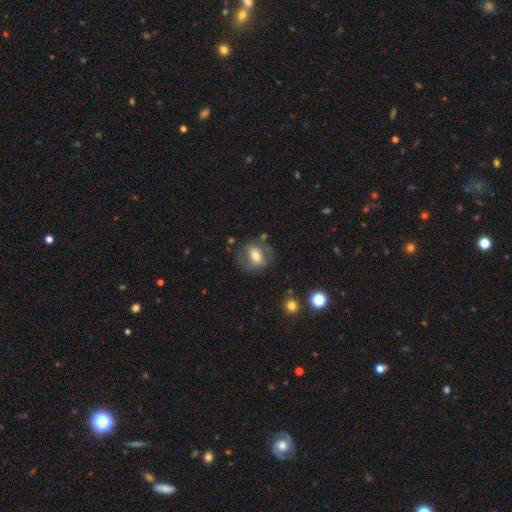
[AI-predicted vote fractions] smooth-or-featured: smooth: 57% | featured or disk: 35% | star or artifact: 8%
  how-rounded: in between: 56% | round: 41% | cigar-shaped: 2%
  merging: none: 65% | minor disturbance: 19% | major disturbance: 12% | merger: 4%